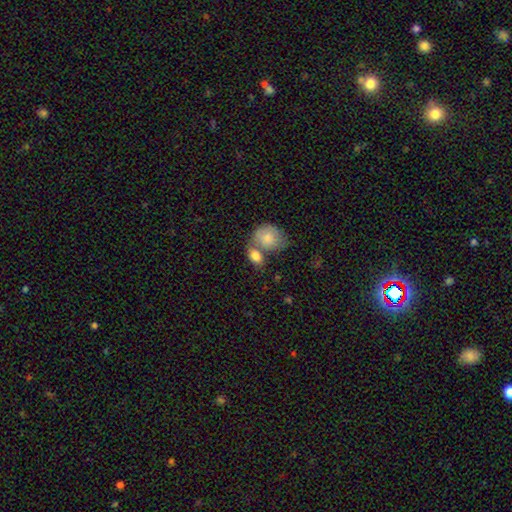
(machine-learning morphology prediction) Smooth or featured? smooth (83%)
How rounded? in between (77%)
Merging? merger (47%)